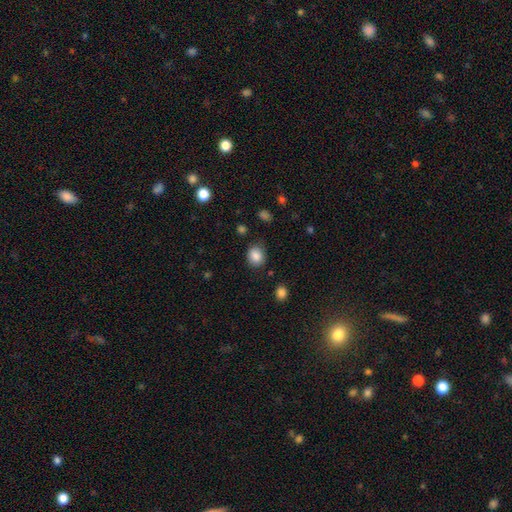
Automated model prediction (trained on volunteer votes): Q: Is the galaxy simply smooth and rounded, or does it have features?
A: smooth — 86%.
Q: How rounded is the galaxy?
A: round — 61%.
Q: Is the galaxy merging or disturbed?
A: none — 79%.